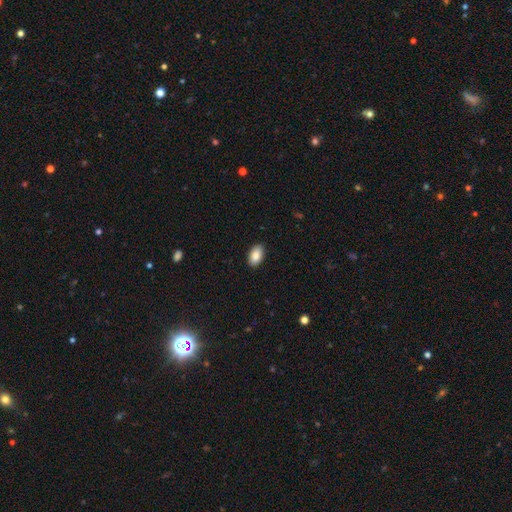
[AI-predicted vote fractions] Overall: smooth (87%). How rounded: in between (93%). Merging: none (90%).